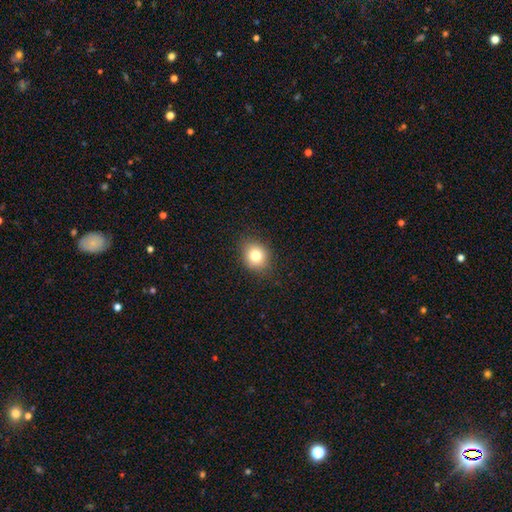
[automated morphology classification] Smooth or featured? Predicted: smooth (p=0.79). How rounded? Predicted: round (p=0.67). Merging? Predicted: none (p=0.86).